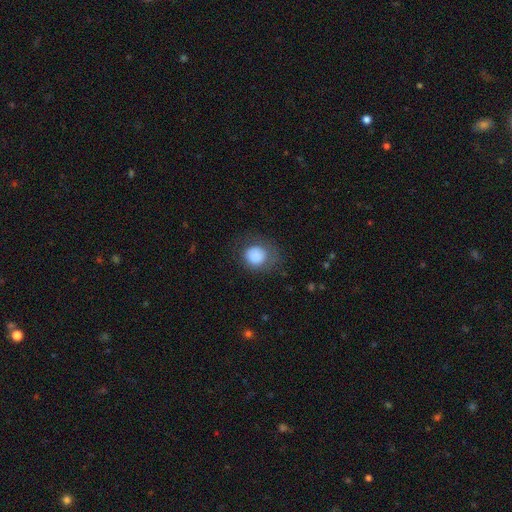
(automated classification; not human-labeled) Smooth or featured? Predicted: smooth (p=0.85). How rounded? Predicted: round (p=0.81). Merging? Predicted: none (p=0.66).